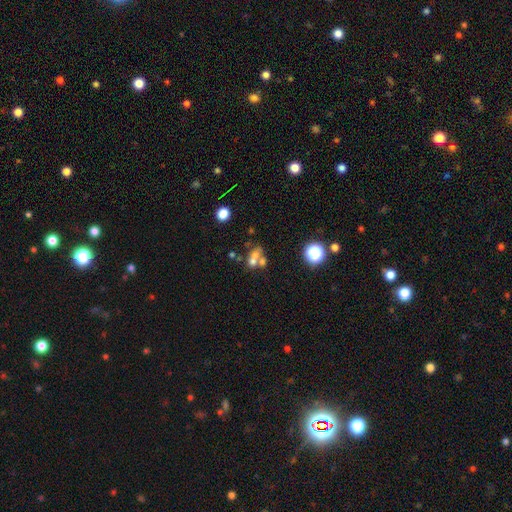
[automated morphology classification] This appears to be a smooth galaxy with no disk features (54%) that is in between round and cigar-shaped (49%). Merging: merger (57%).